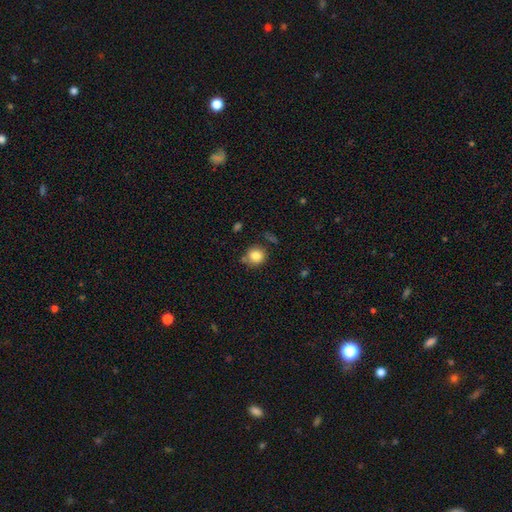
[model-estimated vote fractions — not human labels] smooth-or-featured: smooth: 82% | star or artifact: 10% | featured or disk: 8%
  how-rounded: round: 87% | in between: 12% | cigar-shaped: 1%
  merging: none: 75% | minor disturbance: 14% | merger: 7% | major disturbance: 4%